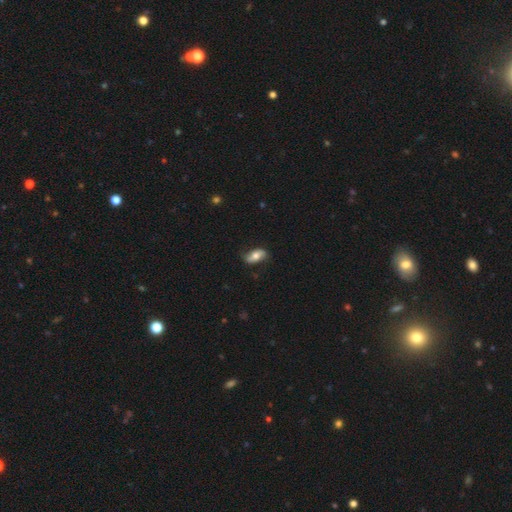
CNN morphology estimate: Smooth or featured? Predicted: smooth (p=0.58). How rounded? Predicted: in between (p=0.89). Merging? Predicted: none (p=0.75).